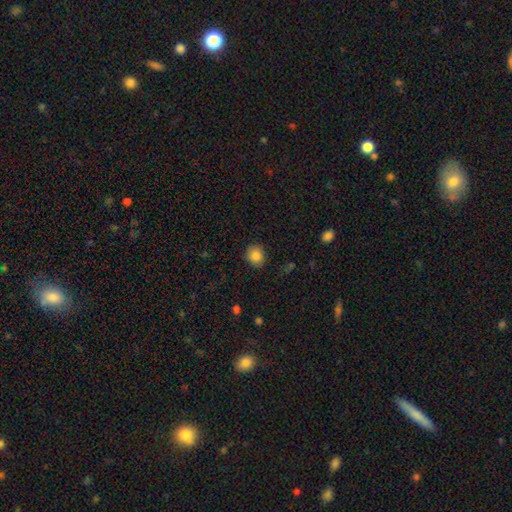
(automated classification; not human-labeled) smooth-or-featured: smooth: 85% | star or artifact: 10% | featured or disk: 5%
  how-rounded: round: 79% | in between: 20% | cigar-shaped: 1%
  merging: none: 85% | minor disturbance: 11% | major disturbance: 3% | merger: 1%